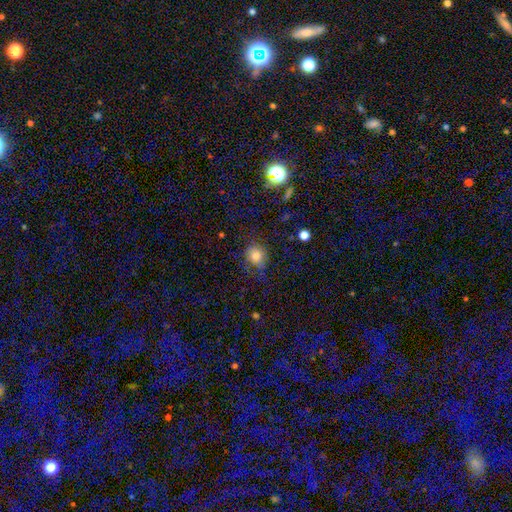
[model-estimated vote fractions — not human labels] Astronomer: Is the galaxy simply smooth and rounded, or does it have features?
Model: smooth — 77%.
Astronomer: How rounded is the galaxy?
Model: round — 74%.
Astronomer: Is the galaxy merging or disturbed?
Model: none — 60%.